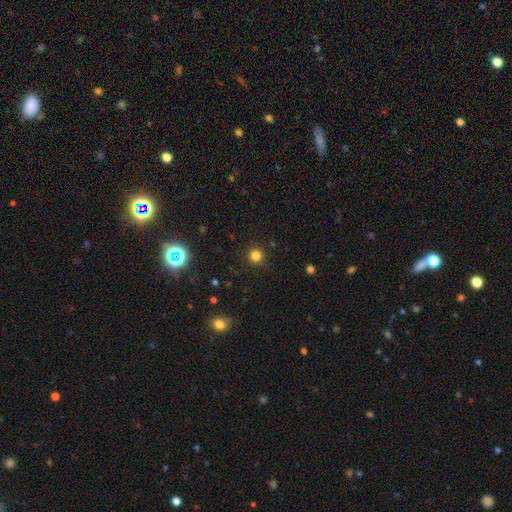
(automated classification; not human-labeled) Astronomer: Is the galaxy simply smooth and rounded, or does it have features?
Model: smooth — 81%.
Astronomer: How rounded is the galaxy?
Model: round — 94%.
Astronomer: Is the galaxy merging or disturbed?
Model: none — 91%.